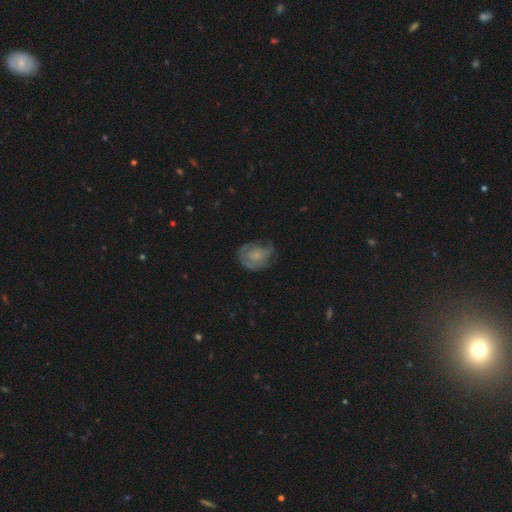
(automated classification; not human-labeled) The model was most divided on "smooth or featured": featured or disk: 59%, smooth: 32%, star or artifact: 8%. More confident: edge-on disk — no (97%); spiral arms — yes (77%); bar — no (76%); merging — none (55%); bulge size — small (53%).